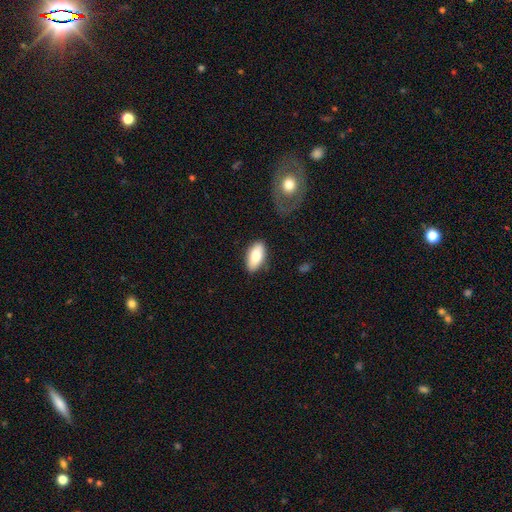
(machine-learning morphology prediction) Smooth or featured? smooth (78%)
How rounded? in between (91%)
Merging? none (82%)